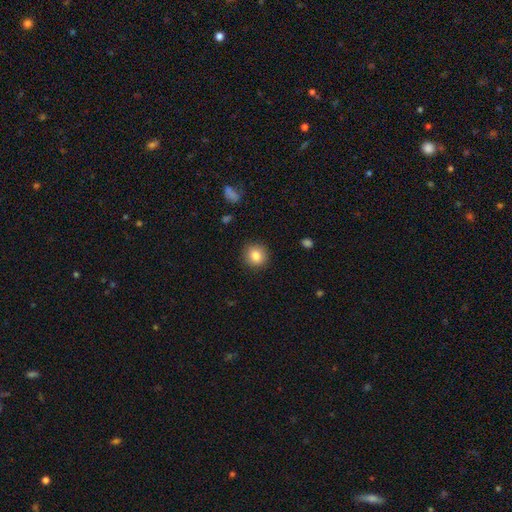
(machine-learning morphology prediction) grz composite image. It shows a smooth galaxy with no disk features (84%) that is round (90%). Merging: none (90%).